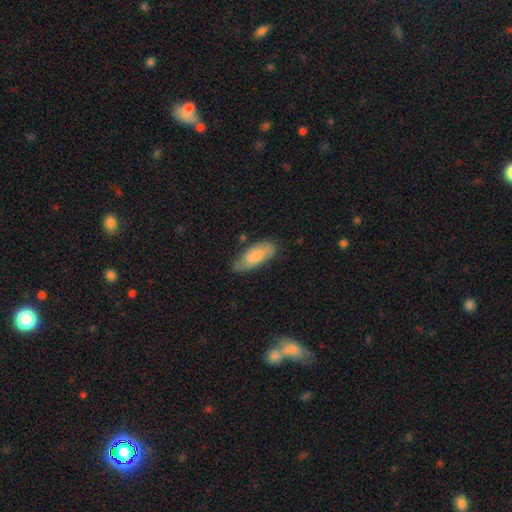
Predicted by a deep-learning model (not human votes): smooth_or_featured: smooth (p=0.71) [alt: featured or disk p=0.23]
how_rounded: in between (p=0.81) [alt: cigar-shaped p=0.17]
merging: none (p=0.68) [alt: minor disturbance p=0.26]